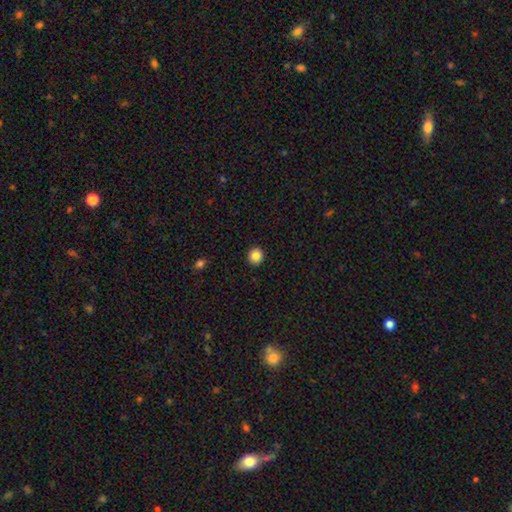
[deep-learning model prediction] Overall: smooth (85%). How rounded: round (88%). Merging: none (93%).